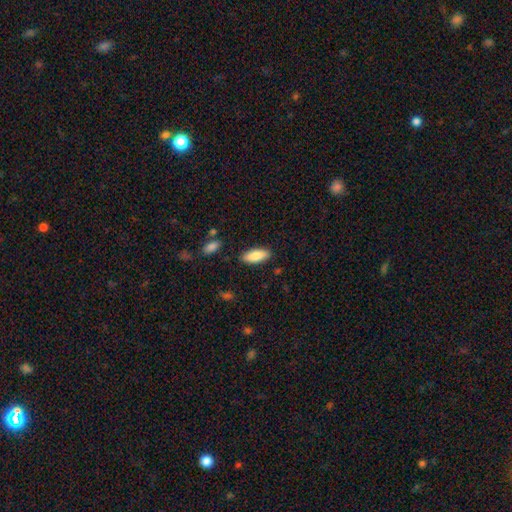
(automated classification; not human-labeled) smooth-or-featured: smooth: 85% | featured or disk: 9% | star or artifact: 6%
  how-rounded: in between: 74% | cigar-shaped: 24% | round: 2%
  merging: none: 86% | minor disturbance: 10% | major disturbance: 2% | merger: 2%